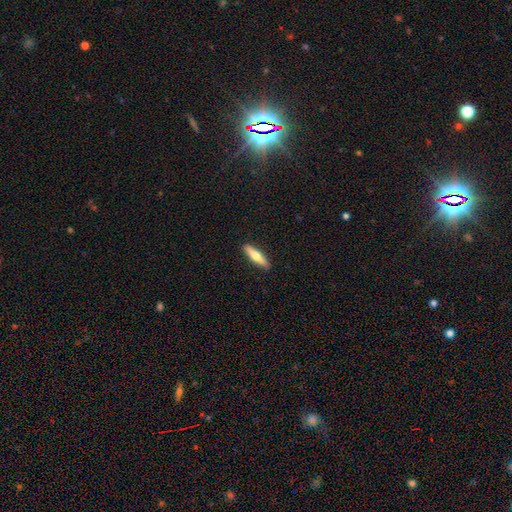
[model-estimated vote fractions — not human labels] Smooth or featured: smooth — 58% (featured or disk — 37%)
How rounded: cigar-shaped — 78% (in between — 20%)
Merging: none — 90% (minor disturbance — 7%)